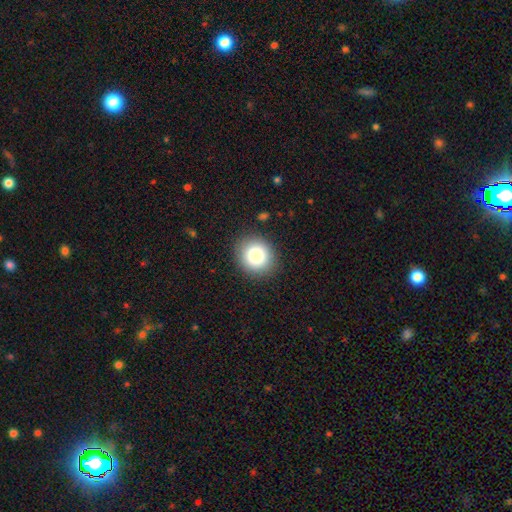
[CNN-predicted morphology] This is clearly a smooth galaxy (84%). How rounded: likely round (79%). Merging: clearly none (88%).